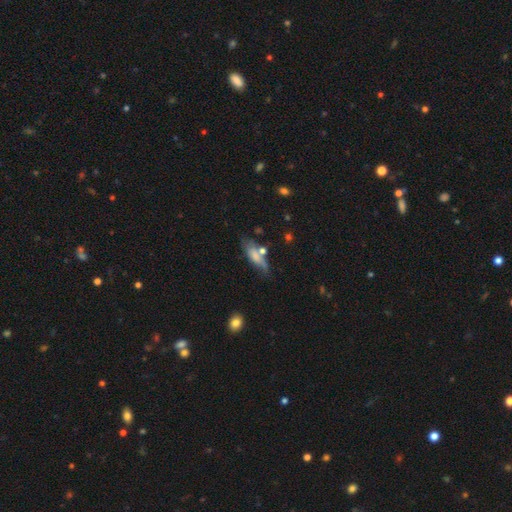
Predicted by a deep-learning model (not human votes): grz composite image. It shows a smooth galaxy with no disk features (66%) that is cigar-shaped (50%). Merging: none (51%).